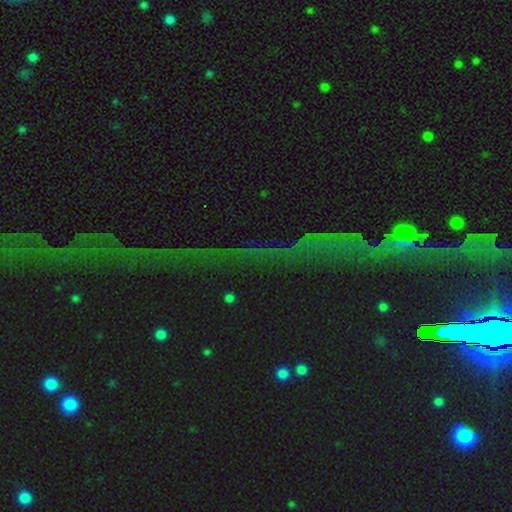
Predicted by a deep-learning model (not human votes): A star or artifact, not a galaxy (74%).